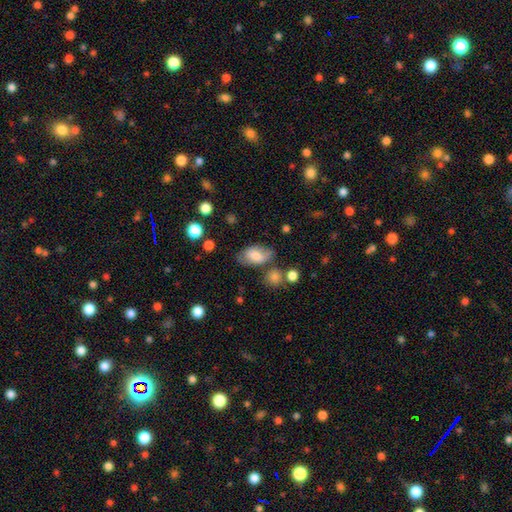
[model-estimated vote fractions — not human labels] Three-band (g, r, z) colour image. It shows a smooth galaxy with no disk features (72%) that is in between round and cigar-shaped (91%). Merging: none (59%).